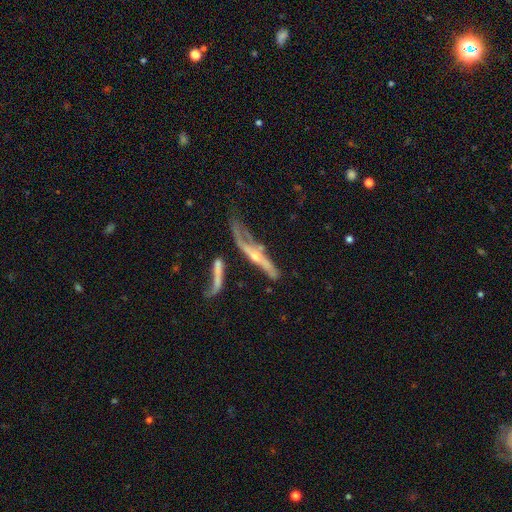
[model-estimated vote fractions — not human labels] A featured or disk galaxy (71%) viewed edge-on (66%).

Vote fractions:
- Smooth or featured? featured or disk: 71% / smooth: 22% / star or artifact: 8%
- Edge-on disk? yes: 66% / no: 34%
- Merging? major disturbance: 30% / none: 27% / merger: 24% / minor disturbance: 19%